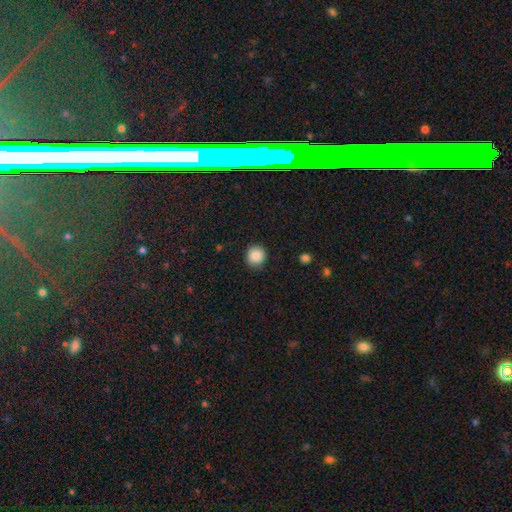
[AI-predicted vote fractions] Q: Smooth or featured?
A: smooth (88%); runner-up: star or artifact (9%)
Q: How rounded?
A: round (92%); runner-up: in between (7%)
Q: Merging?
A: none (89%); runner-up: minor disturbance (8%)